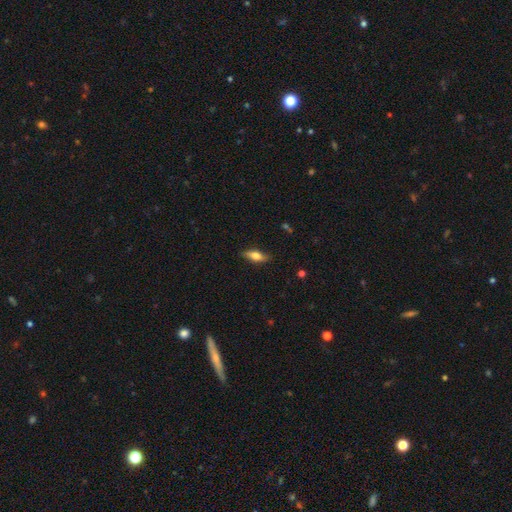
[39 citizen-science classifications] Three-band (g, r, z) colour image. It shows a smooth galaxy with no disk features (67%) that is in between round and cigar-shaped (85%). Merging: none (89%).